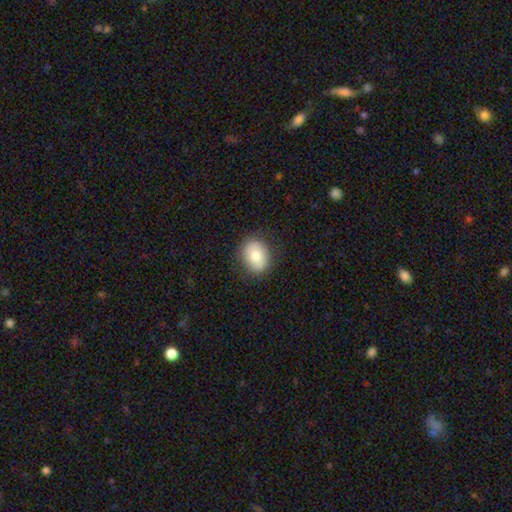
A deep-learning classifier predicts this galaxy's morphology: Smooth or featured: smooth — 76% (featured or disk — 16%)
How rounded: in between — 58% (round — 41%)
Merging: none — 84% (minor disturbance — 12%)